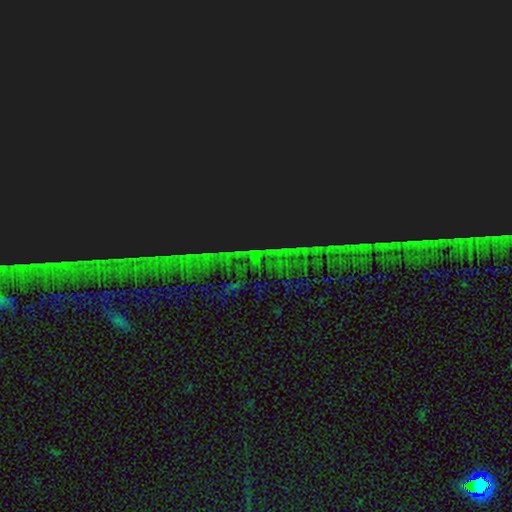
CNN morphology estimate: Q: Smooth or featured?
A: star or artifact (86%); runner-up: featured or disk (7%)